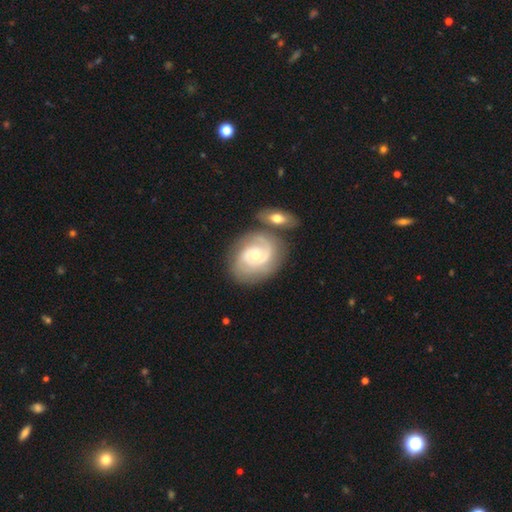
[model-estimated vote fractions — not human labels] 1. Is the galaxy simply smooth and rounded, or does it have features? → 84% featured or disk, 11% smooth, 5% star or artifact.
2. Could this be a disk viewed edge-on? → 97% no, 3% yes.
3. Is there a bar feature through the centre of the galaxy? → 70% no, 25% weak, 5% strong.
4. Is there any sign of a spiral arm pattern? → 95% yes, 5% no.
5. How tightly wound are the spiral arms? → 61% tight, 32% medium, 8% loose.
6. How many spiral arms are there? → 57% 2, 17% 3, 16% can't tell, 4% 1, 3% 4, 3% more than 4.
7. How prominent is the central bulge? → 55% moderate, 41% small, 2% large, 1% none, 1% dominant.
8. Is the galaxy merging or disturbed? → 59% none, 18% merger, 16% minor disturbance, 6% major disturbance.